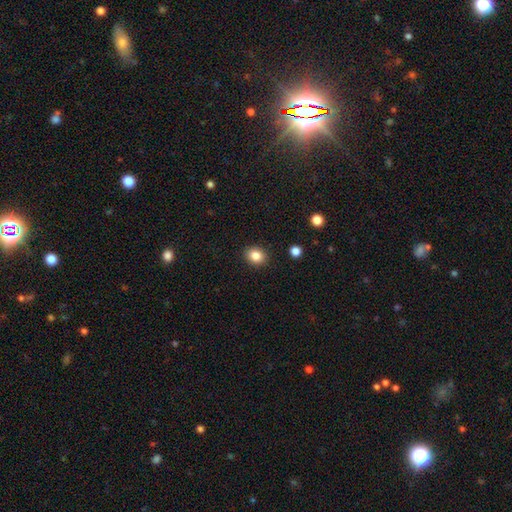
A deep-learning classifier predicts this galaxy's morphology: This is clearly a smooth galaxy (85%). How rounded: likely round (63%). Merging: clearly none (90%).